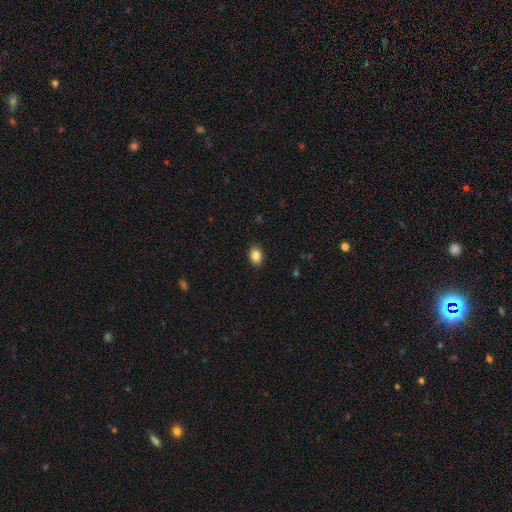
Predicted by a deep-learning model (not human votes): Smooth or featured? smooth (86%)
How rounded? in between (71%)
Merging? none (89%)